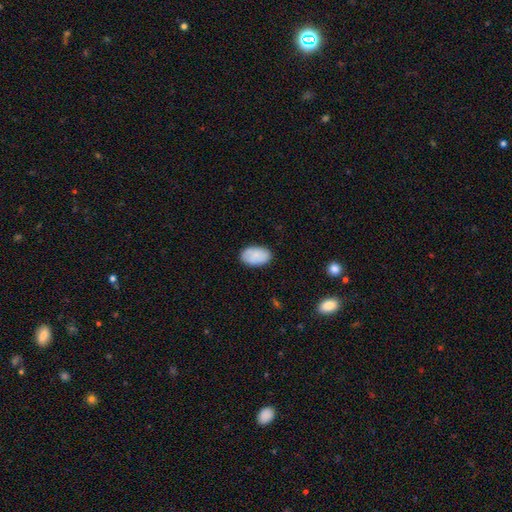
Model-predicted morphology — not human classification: This appears to be a smooth galaxy with no disk features (84%) that is in between round and cigar-shaped (93%). Merging: none (84%).